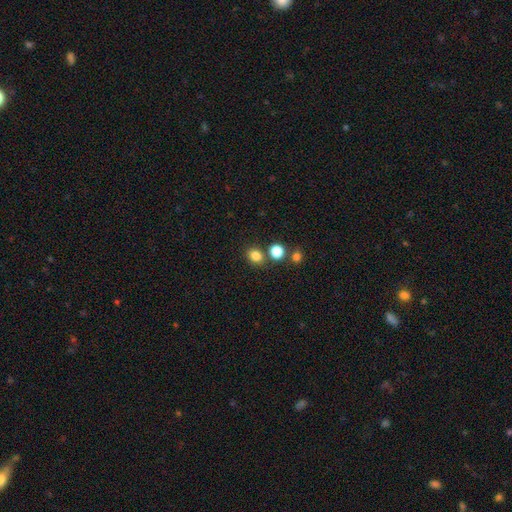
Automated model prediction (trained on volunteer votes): Smooth or featured? smooth (82%)
How rounded? round (60%)
Merging? none (73%)